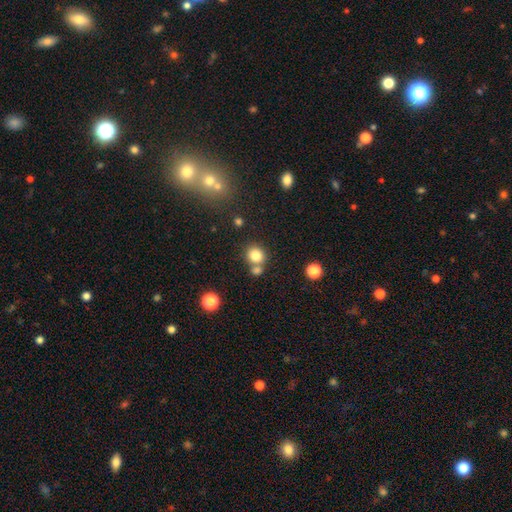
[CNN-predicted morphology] This appears to be a smooth galaxy with no disk features (81%) that is round (78%). Merging: none (58%).